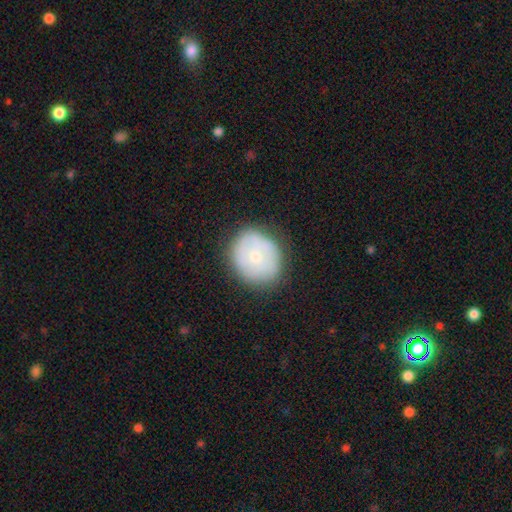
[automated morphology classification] Overall: smooth (57%; featured or disk 35%). How rounded: round (75%). Merging: none (77%).